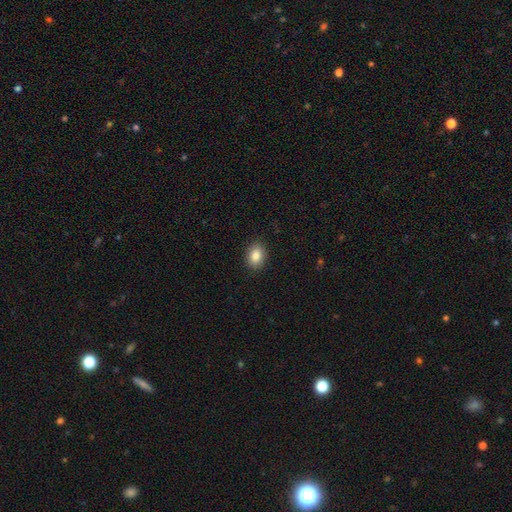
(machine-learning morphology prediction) Smooth or featured?
  - smooth: 86% *
  - star or artifact: 8%
  - featured or disk: 6%
How rounded?
  - in between: 67% *
  - round: 32%
  - cigar-shaped: 1%
Merging?
  - none: 90% *
  - minor disturbance: 7%
  - major disturbance: 2%
  - merger: 1%